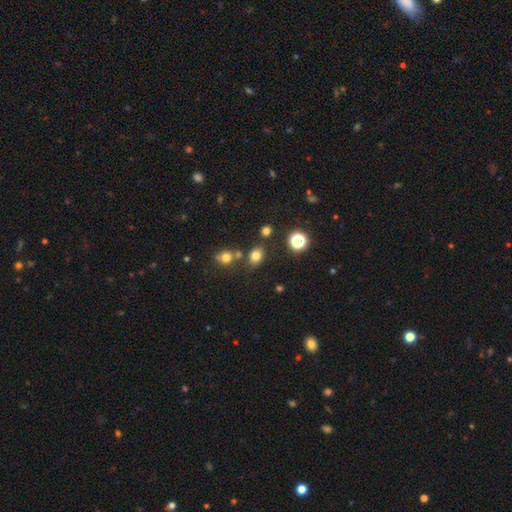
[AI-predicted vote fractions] smooth_or_featured: smooth (p=0.75) [alt: star or artifact p=0.17]
how_rounded: in between (p=0.58) [alt: round p=0.41]
merging: none (p=0.72) [alt: minor disturbance p=0.13]